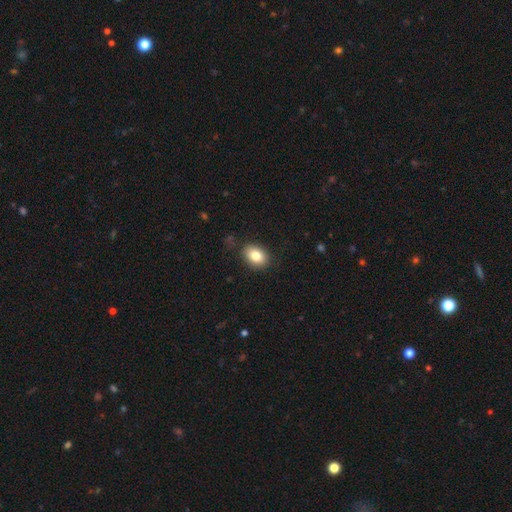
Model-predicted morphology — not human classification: smooth 83%, star or artifact 8%, featured or disk 8%. Down the decision tree: how rounded — in between (71%); merging — none (85%).